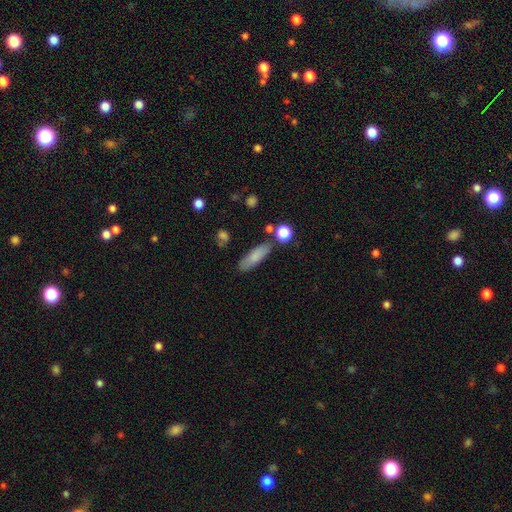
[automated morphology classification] This is likely a smooth galaxy (79%). How rounded: possibly cigar-shaped (52%). Merging: likely none (77%).